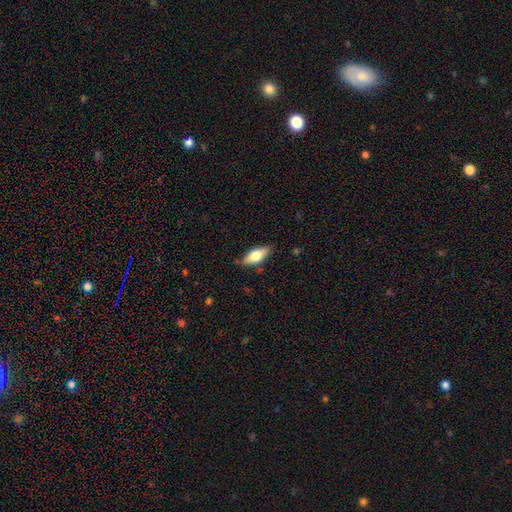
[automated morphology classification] smooth-or-featured: smooth: 61% | featured or disk: 33% | star or artifact: 6%
  how-rounded: in between: 73% | cigar-shaped: 24% | round: 3%
  merging: none: 84% | minor disturbance: 12% | major disturbance: 3% | merger: 1%